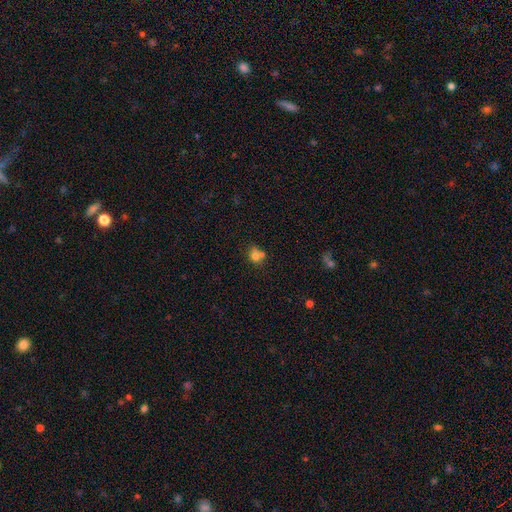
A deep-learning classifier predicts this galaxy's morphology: This appears to be a smooth galaxy with no disk features (72%) that is round (70%). Merging: merger (45%).